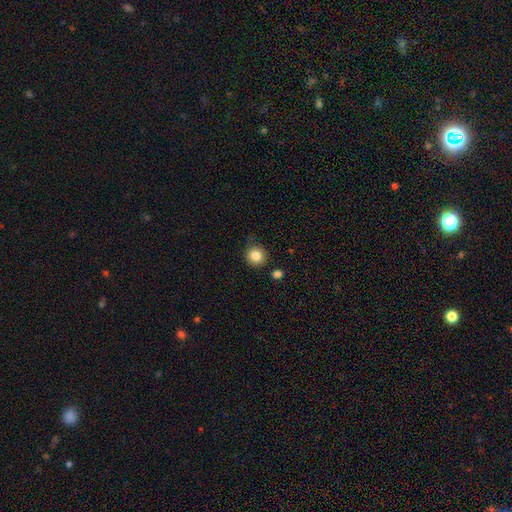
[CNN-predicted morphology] Smooth or featured: smooth — 84% (star or artifact — 10%)
How rounded: round — 92% (in between — 7%)
Merging: none — 81% (minor disturbance — 12%)